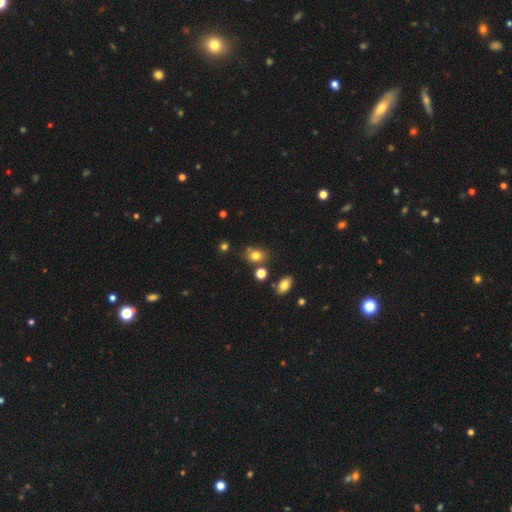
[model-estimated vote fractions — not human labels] Overall: smooth (77%). How rounded: in between (52%; round 46%). Merging: none (72%).